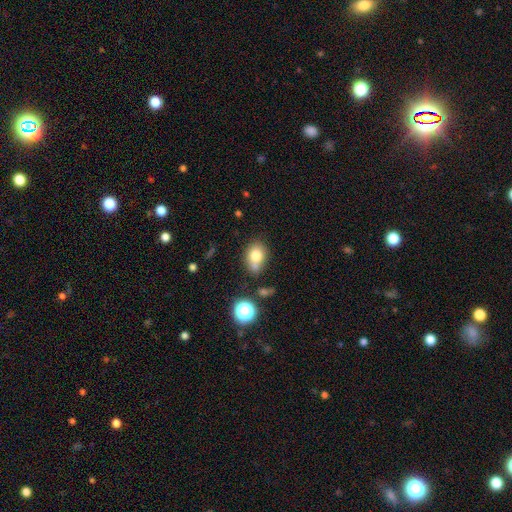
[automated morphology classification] smooth 76%, featured or disk 12%, star or artifact 12%. Down the decision tree: how rounded — in between (58%); merging — none (51%).